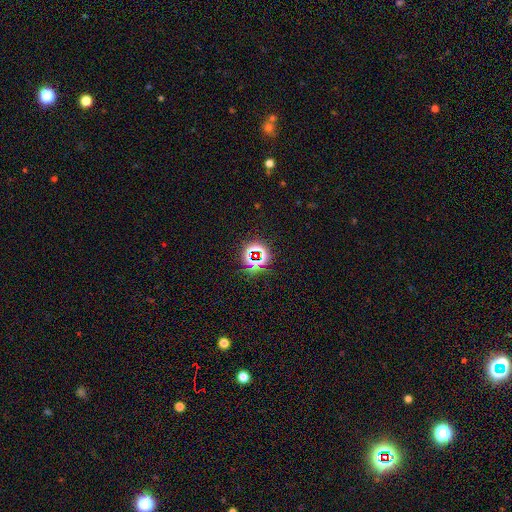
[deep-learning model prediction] Overall: star or artifact (74%).